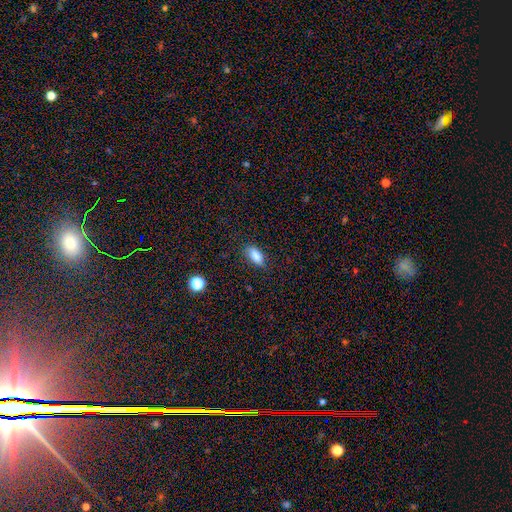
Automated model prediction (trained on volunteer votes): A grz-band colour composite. It shows a smooth galaxy with no disk features (85%) that is in between round and cigar-shaped (84%). Merging: none (81%).